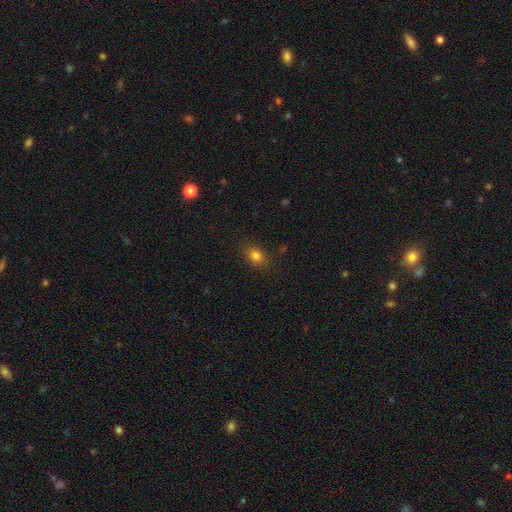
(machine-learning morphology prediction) The model was most divided on "how rounded": in between: 72%, round: 26%, cigar-shaped: 2%. More confident: merging — none (85%); smooth or featured — smooth (81%).